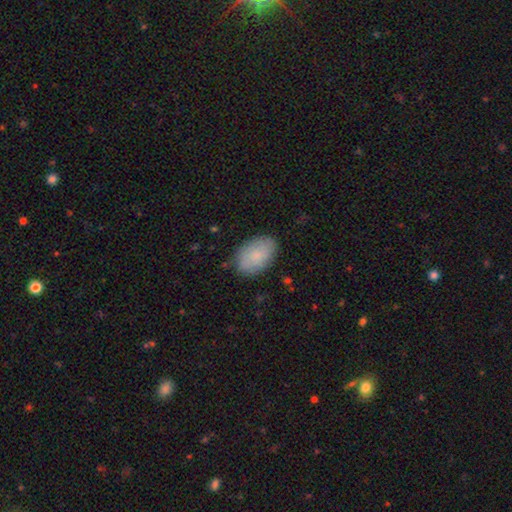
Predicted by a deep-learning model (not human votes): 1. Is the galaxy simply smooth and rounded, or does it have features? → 80% smooth, 13% featured or disk, 6% star or artifact.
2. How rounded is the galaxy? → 90% in between, 9% round, 1% cigar-shaped.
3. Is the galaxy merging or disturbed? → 82% none, 14% minor disturbance, 3% major disturbance, 1% merger.